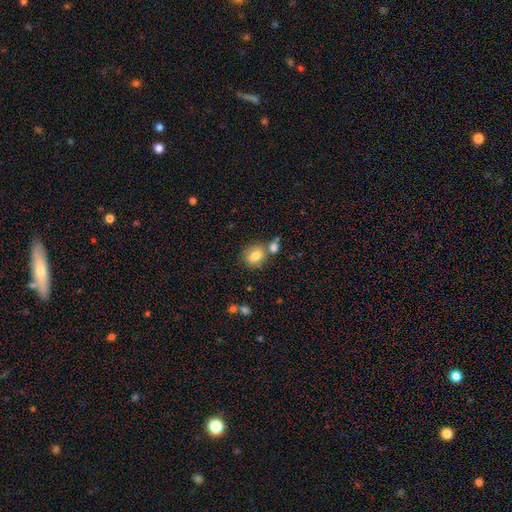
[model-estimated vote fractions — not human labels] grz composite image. It shows a smooth galaxy with no disk features (80%) that is round (60%). Merging: none (58%).